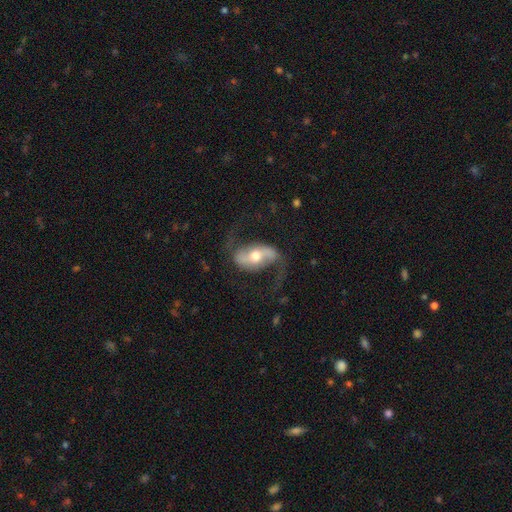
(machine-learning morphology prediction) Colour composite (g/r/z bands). It shows a featured or disk galaxy (85%) with a strong bar (42%), 2 (93%) loose (69%) spiral arms (94%) and a moderate central bulge (71%). Merging: none (73%).